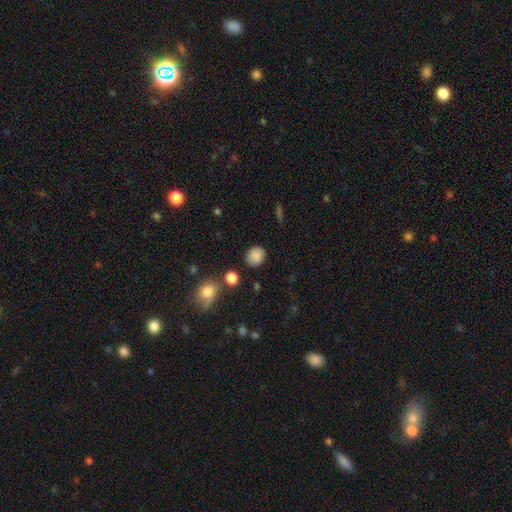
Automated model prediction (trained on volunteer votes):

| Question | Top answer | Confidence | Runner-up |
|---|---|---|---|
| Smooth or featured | smooth | 87% | star or artifact (9%) |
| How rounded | round | 64% | in between (35%) |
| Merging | none | 84% | minor disturbance (11%) |